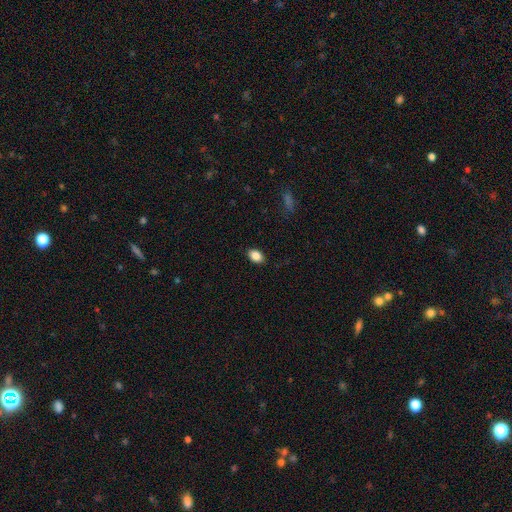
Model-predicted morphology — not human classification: Overall: smooth (87%). How rounded: in between (85%). Merging: none (87%).